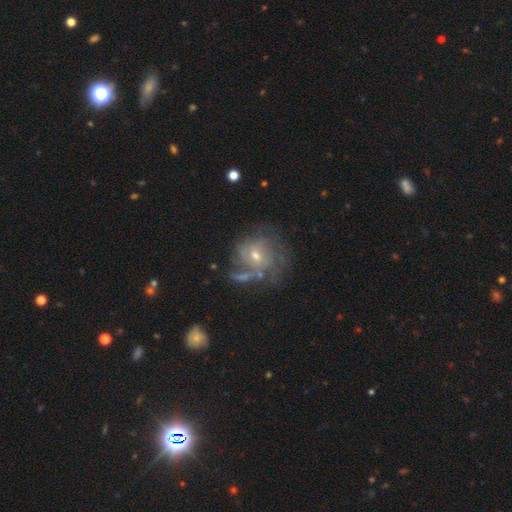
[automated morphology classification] Q: Smooth or featured?
A: featured or disk (73%); runner-up: smooth (16%)
Q: Edge-on disk?
A: no (97%); runner-up: yes (3%)
Q: Bar?
A: no (68%); runner-up: weak (28%)
Q: Spiral arms?
A: yes (84%); runner-up: no (16%)
Q: Spiral winding?
A: tight (54%); runner-up: medium (33%)
Q: Spiral arm count?
A: can't tell (47%); runner-up: 3 (16%)
Q: Bulge size?
A: moderate (50%); runner-up: small (45%)
Q: Merging?
A: none (52%); runner-up: minor disturbance (19%)